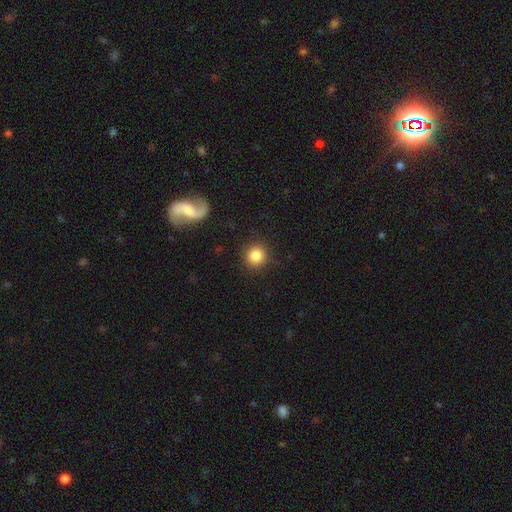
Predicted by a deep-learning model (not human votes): smooth_or_featured: smooth (p=0.84) [alt: star or artifact p=0.10]
how_rounded: round (p=0.93) [alt: in between p=0.06]
merging: none (p=0.90) [alt: minor disturbance p=0.06]